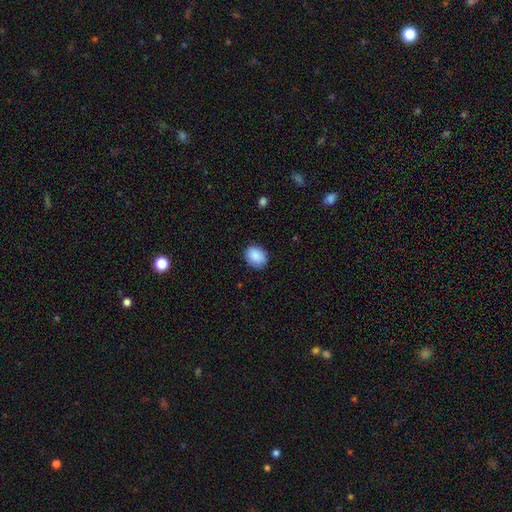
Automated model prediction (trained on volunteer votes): Q: Smooth or featured?
A: smooth (89%); runner-up: star or artifact (7%)
Q: How rounded?
A: in between (57%); runner-up: round (42%)
Q: Merging?
A: none (85%); runner-up: minor disturbance (12%)